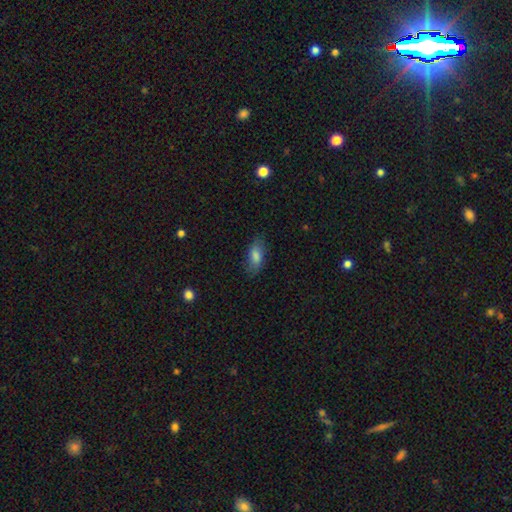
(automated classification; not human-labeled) A smooth galaxy with no disk features (80%) that is in between round and cigar-shaped (85%).

Vote fractions:
- Smooth or featured? smooth: 80% / featured or disk: 13% / star or artifact: 7%
- How rounded? in between: 85% / cigar-shaped: 12% / round: 3%
- Merging? none: 76% / minor disturbance: 18% / major disturbance: 5% / merger: 1%